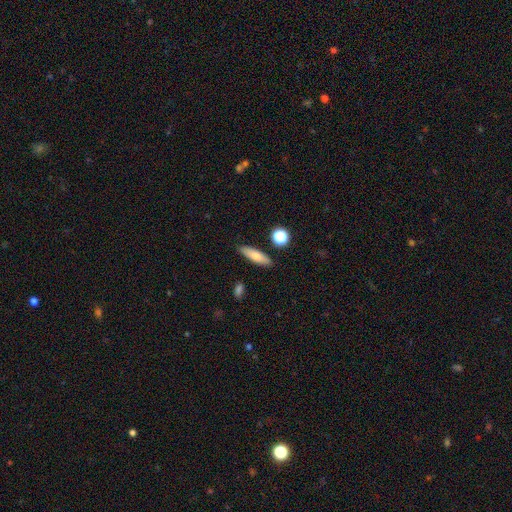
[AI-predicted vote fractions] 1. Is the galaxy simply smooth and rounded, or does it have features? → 75% smooth, 18% featured or disk, 7% star or artifact.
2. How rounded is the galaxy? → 56% cigar-shaped, 40% in between, 3% round.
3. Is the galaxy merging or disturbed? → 87% none, 9% minor disturbance, 3% merger, 2% major disturbance.